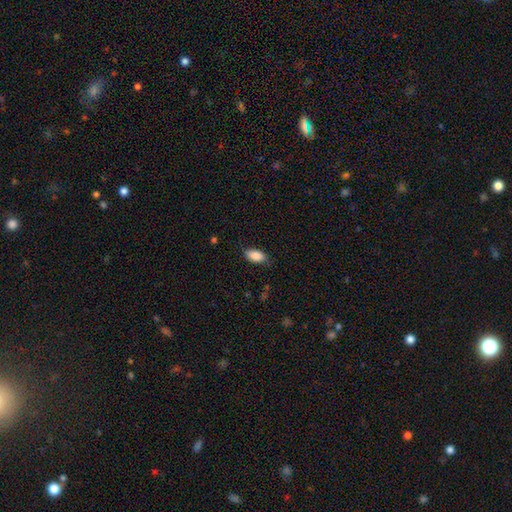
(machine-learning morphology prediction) The model was most divided on "merging": none: 79%, minor disturbance: 16%, major disturbance: 3%, merger: 1%. More confident: how rounded — in between (93%); smooth or featured — smooth (88%).